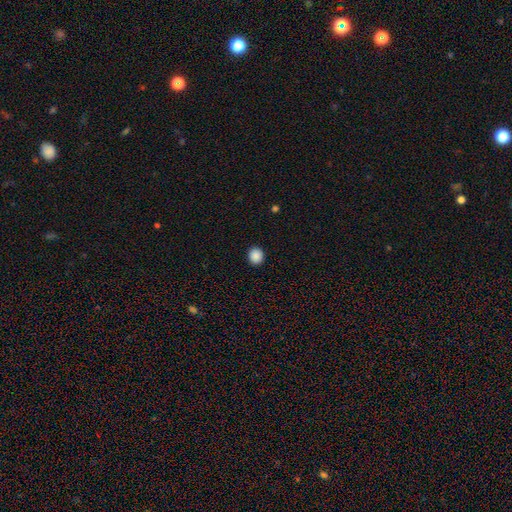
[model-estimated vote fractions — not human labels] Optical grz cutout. It shows a smooth galaxy with no disk features (89%) that is round (82%). Merging: none (92%).